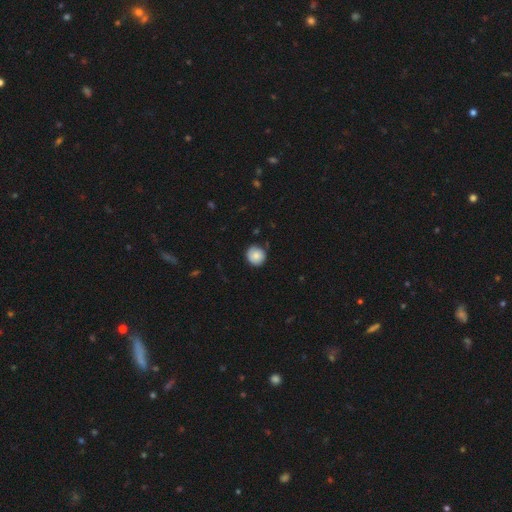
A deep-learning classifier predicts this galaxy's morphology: Smooth or featured? Predicted: smooth (p=0.82). How rounded? Predicted: round (p=0.92). Merging? Predicted: none (p=0.80).